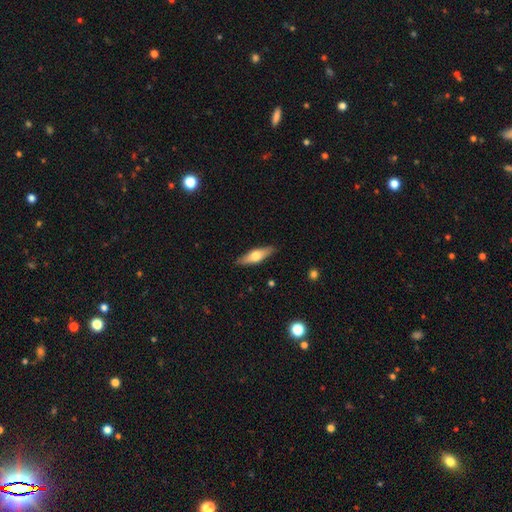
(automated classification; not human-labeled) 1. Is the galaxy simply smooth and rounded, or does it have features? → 50% smooth, 45% featured or disk, 6% star or artifact.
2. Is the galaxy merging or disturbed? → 88% none, 9% minor disturbance, 2% major disturbance, 1% merger.